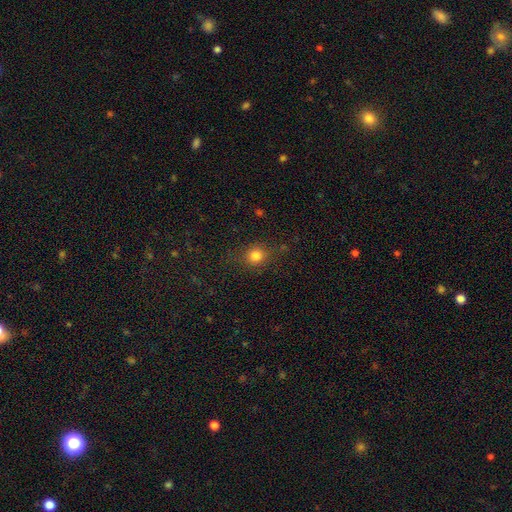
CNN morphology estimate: smooth_or_featured: smooth (p=0.81) [alt: star or artifact p=0.13]
how_rounded: round (p=0.83) [alt: in between p=0.16]
merging: none (p=0.82) [alt: minor disturbance p=0.12]